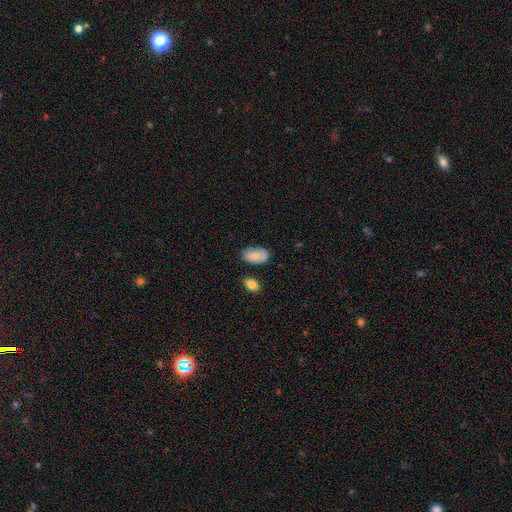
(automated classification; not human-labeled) This appears to be a smooth galaxy with no disk features (72%) that is in between round and cigar-shaped (93%). Merging: none (65%).